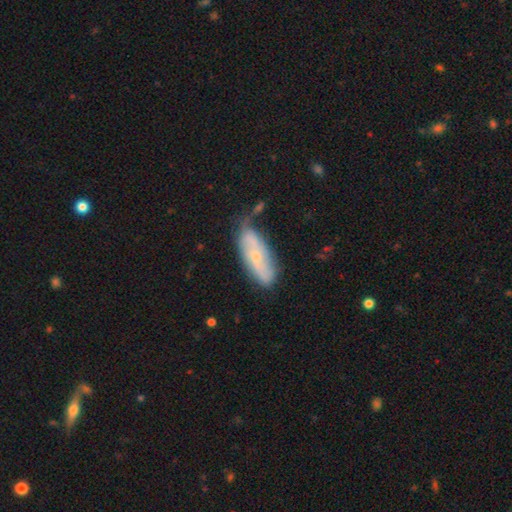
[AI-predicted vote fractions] The model was most divided on "smooth or featured": featured or disk: 52%, smooth: 42%, star or artifact: 7%. More confident: edge-on disk — no (81%); merging — none (53%).